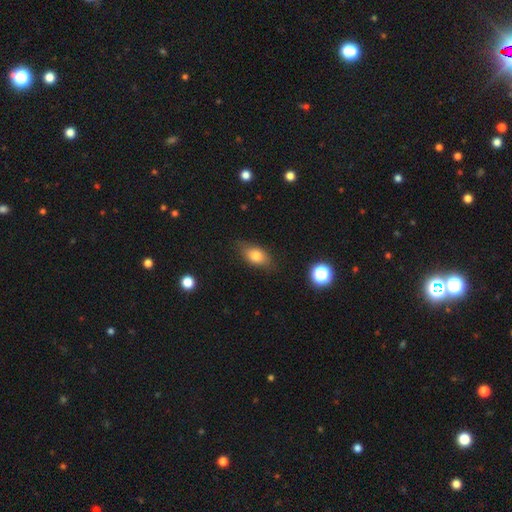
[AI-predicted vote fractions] Morphology: type=smooth (78%); roundness=in between (83%); merging=none (77%).